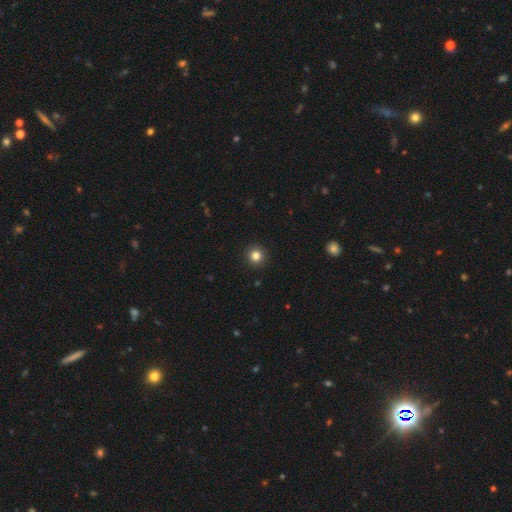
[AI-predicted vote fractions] Smooth or featured: smooth — 83% (star or artifact — 12%)
How rounded: round — 95% (in between — 5%)
Merging: none — 93% (minor disturbance — 4%)